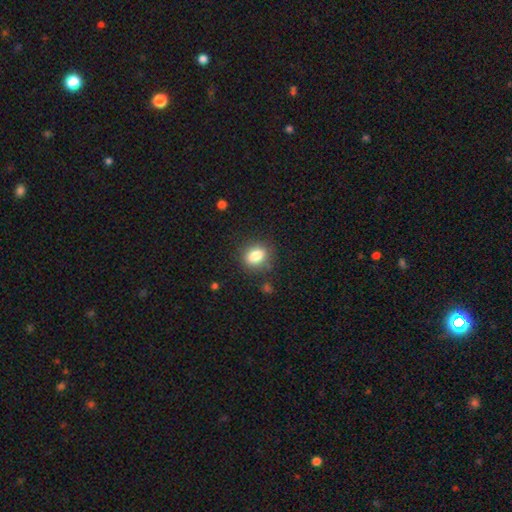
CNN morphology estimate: Smooth or featured?
  - smooth: 84% *
  - star or artifact: 9%
  - featured or disk: 7%
How rounded?
  - in between: 59% *
  - round: 39%
  - cigar-shaped: 2%
Merging?
  - none: 83% *
  - minor disturbance: 12%
  - major disturbance: 4%
  - merger: 2%